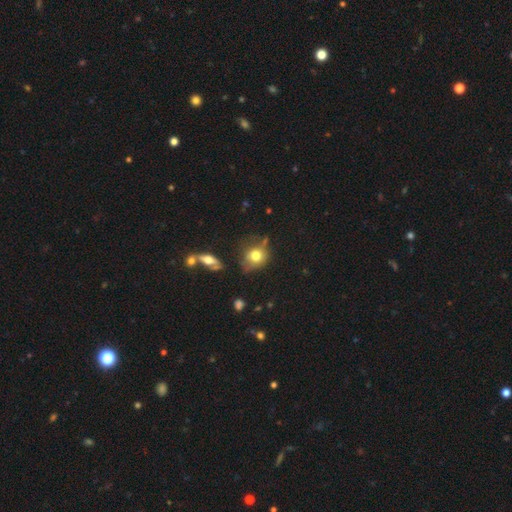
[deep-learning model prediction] Overall: smooth (73%). How rounded: round (67%; in between 32%). Merging: none (55%; minor disturbance 25%).